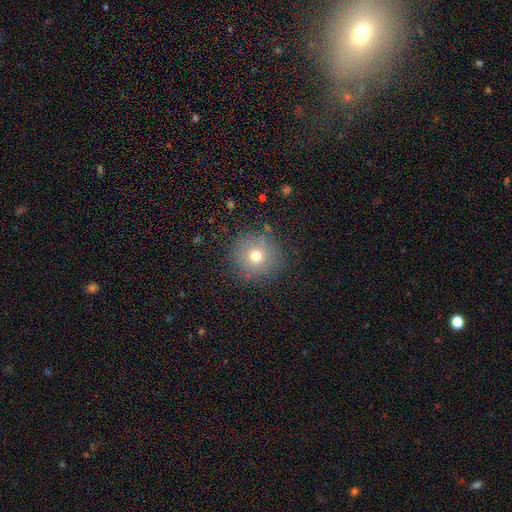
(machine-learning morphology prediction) The model was most divided on "smooth or featured": smooth: 70%, star or artifact: 16%, featured or disk: 14%. More confident: how rounded — round (93%); merging — none (85%).